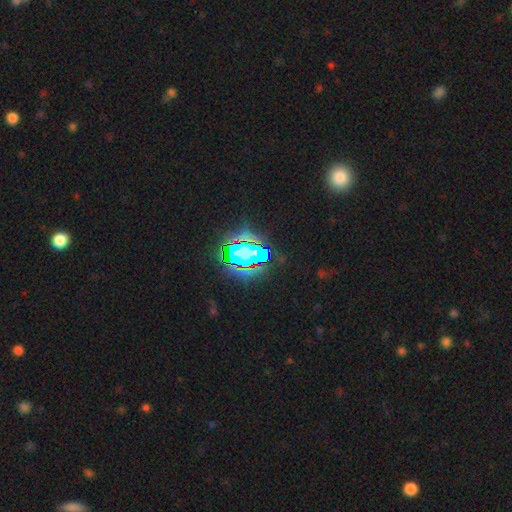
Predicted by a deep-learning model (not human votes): star or artifact 74%, smooth 14%, featured or disk 13%.